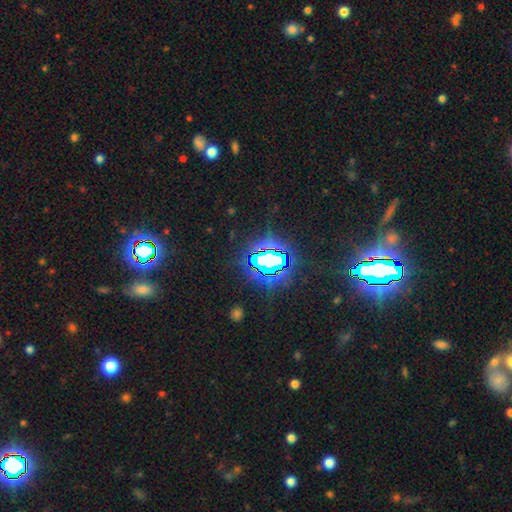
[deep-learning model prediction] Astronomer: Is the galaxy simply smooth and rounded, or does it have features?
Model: star or artifact — 78%.